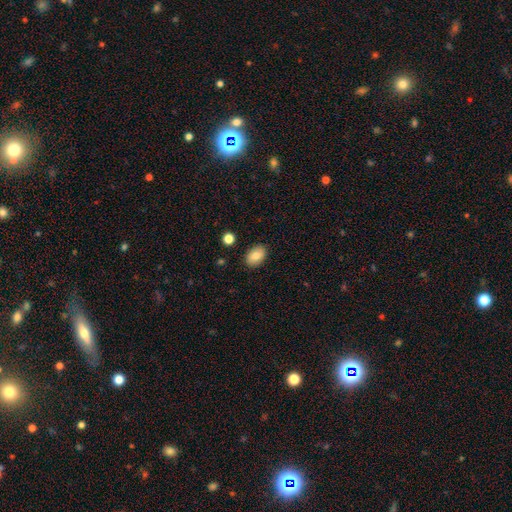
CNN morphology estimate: Q: Smooth or featured?
A: smooth (80%); runner-up: featured or disk (12%)
Q: How rounded?
A: in between (87%); runner-up: round (12%)
Q: Merging?
A: none (88%); runner-up: minor disturbance (9%)